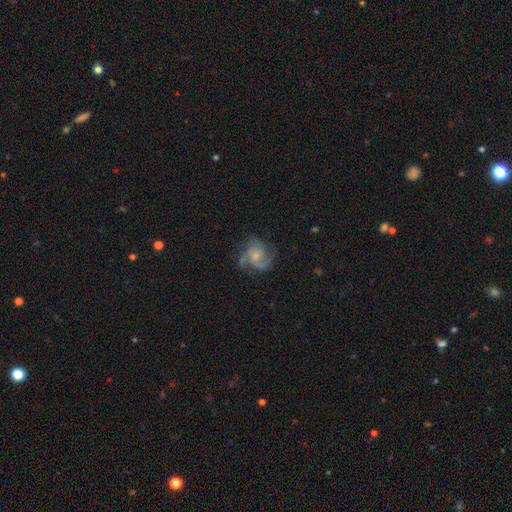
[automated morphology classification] Q: Smooth or featured?
A: featured or disk (78%); runner-up: smooth (14%)
Q: Edge-on disk?
A: no (98%); runner-up: yes (2%)
Q: Bar?
A: no (73%); runner-up: weak (24%)
Q: Spiral arms?
A: yes (94%); runner-up: no (6%)
Q: Spiral winding?
A: medium (52%); runner-up: tight (25%)
Q: Spiral arm count?
A: 3 (47%); runner-up: 2 (24%)
Q: Bulge size?
A: small (58%); runner-up: moderate (31%)
Q: Merging?
A: none (60%); runner-up: minor disturbance (22%)